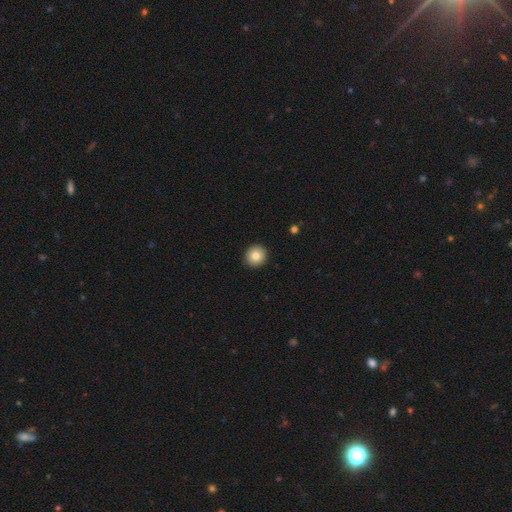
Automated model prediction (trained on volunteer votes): Smooth or featured: smooth — 82% (featured or disk — 9%)
How rounded: round — 94% (in between — 5%)
Merging: none — 93% (minor disturbance — 5%)